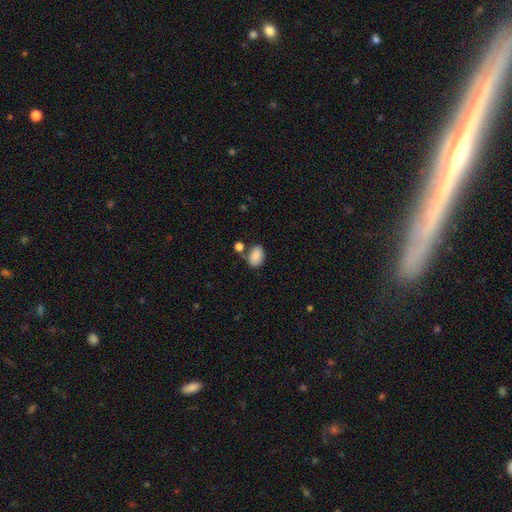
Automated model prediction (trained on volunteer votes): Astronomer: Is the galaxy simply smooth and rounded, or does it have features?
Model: smooth — 87%.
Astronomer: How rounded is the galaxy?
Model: in between — 85%.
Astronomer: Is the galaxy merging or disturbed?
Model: none — 63%.